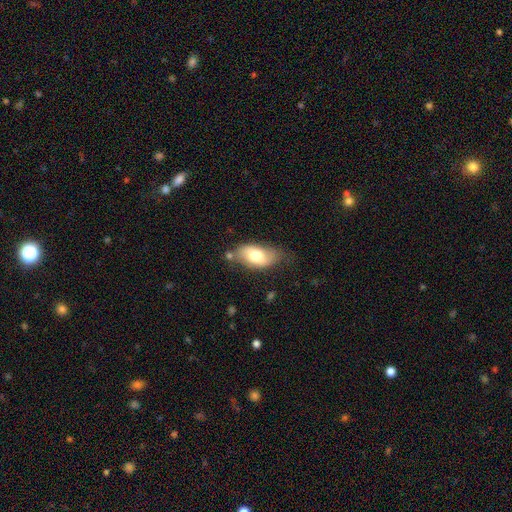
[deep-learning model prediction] A smooth galaxy with no disk features (69%) that is in between round and cigar-shaped (92%).

Vote fractions:
- Smooth or featured? smooth: 69% / featured or disk: 25% / star or artifact: 6%
- How rounded? in between: 92% / cigar-shaped: 4% / round: 4%
- Merging? none: 60% / minor disturbance: 27% / major disturbance: 8% / merger: 5%